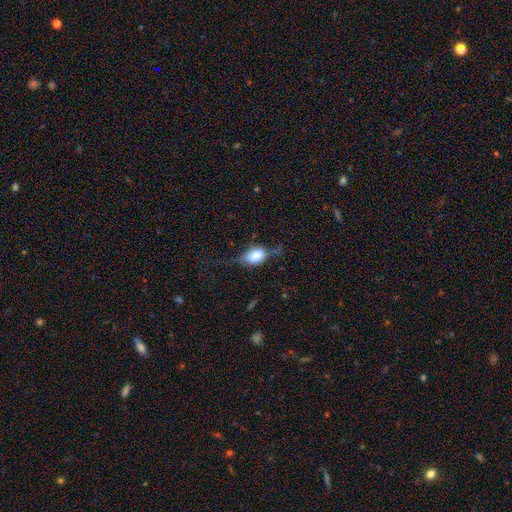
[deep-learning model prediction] A smooth galaxy with no disk features (64%) that is in between round and cigar-shaped (74%).

Vote fractions:
- Smooth or featured? smooth: 64% / featured or disk: 27% / star or artifact: 9%
- How rounded? in between: 74% / round: 21% / cigar-shaped: 5%
- Merging? none: 53% / minor disturbance: 29% / major disturbance: 16% / merger: 2%